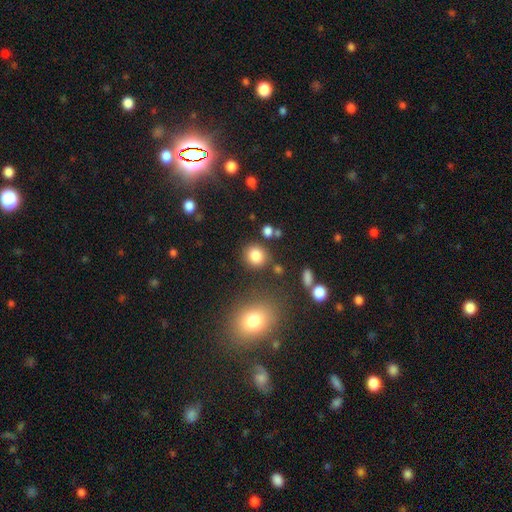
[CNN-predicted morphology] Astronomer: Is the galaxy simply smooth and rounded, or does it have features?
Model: smooth — 84%.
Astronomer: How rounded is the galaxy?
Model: round — 80%.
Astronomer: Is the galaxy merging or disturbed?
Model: none — 81%.